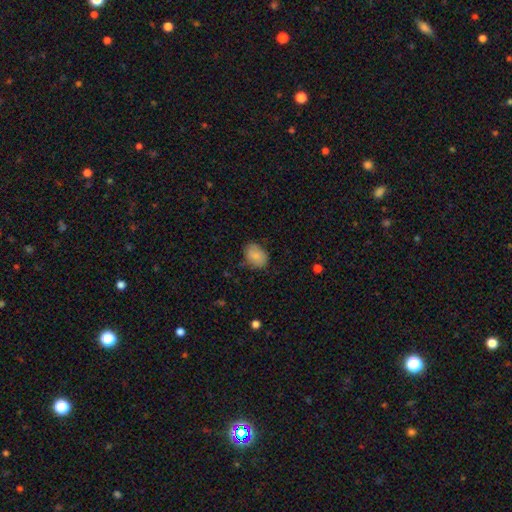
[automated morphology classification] Smooth or featured? Predicted: smooth (p=0.85). How rounded? Predicted: in between (p=0.76). Merging? Predicted: none (p=0.73).